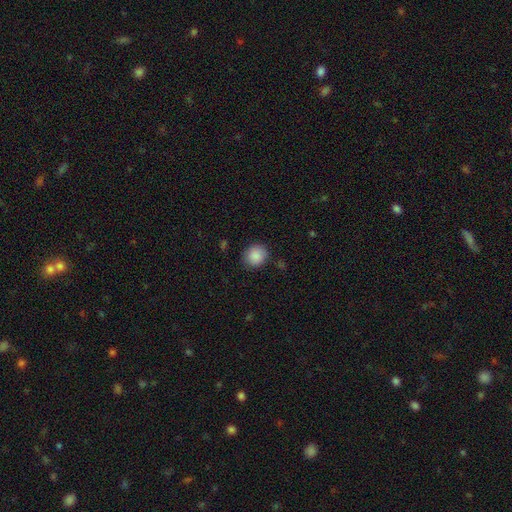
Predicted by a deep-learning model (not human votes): This is clearly a smooth galaxy (89%). How rounded: clearly round (81%). Merging: clearly none (84%).